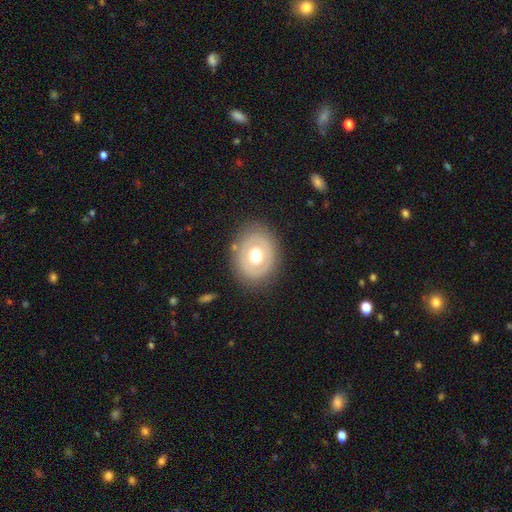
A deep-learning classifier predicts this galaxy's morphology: type=smooth (50%); roundness=round (58%); merging=none (83%).